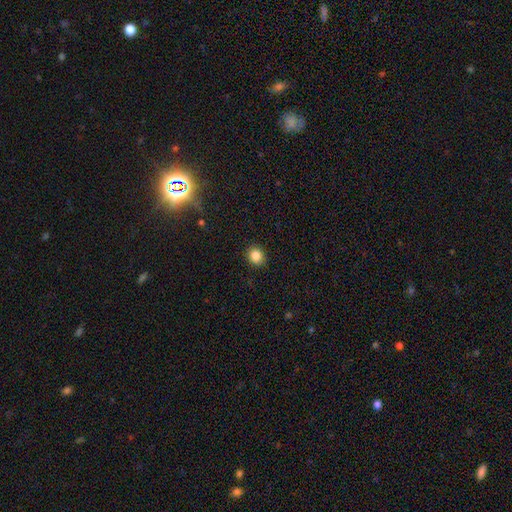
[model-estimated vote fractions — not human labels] Smooth or featured?
  - smooth: 85% *
  - star or artifact: 10%
  - featured or disk: 5%
How rounded?
  - round: 79% *
  - in between: 20%
  - cigar-shaped: 1%
Merging?
  - none: 91% *
  - minor disturbance: 6%
  - major disturbance: 2%
  - merger: 1%